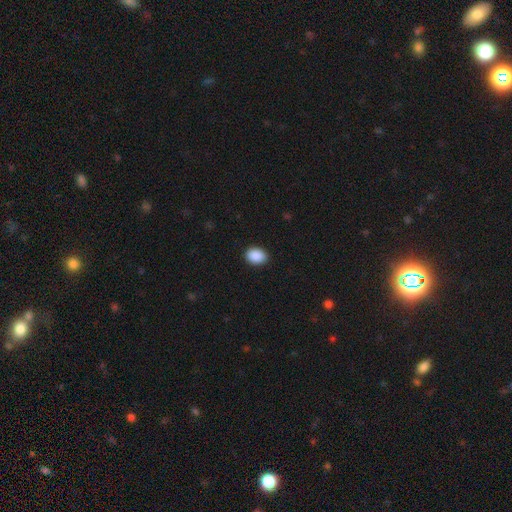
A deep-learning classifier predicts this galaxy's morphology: Smooth or featured? Predicted: smooth (p=0.91). How rounded? Predicted: in between (p=0.70). Merging? Predicted: none (p=0.91).